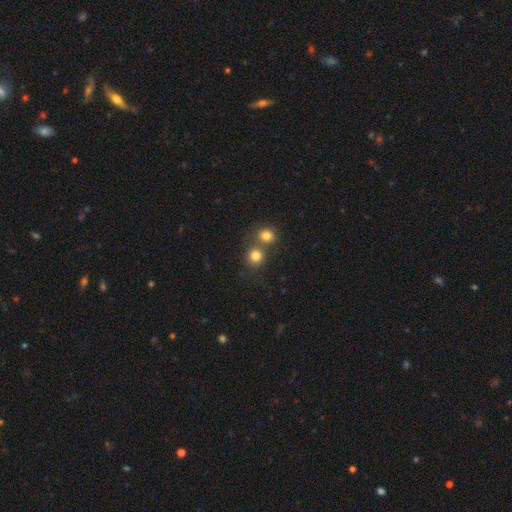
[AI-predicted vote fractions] Q: Smooth or featured?
A: smooth (81%); runner-up: star or artifact (12%)
Q: How rounded?
A: round (86%); runner-up: in between (13%)
Q: Merging?
A: none (53%); runner-up: merger (38%)